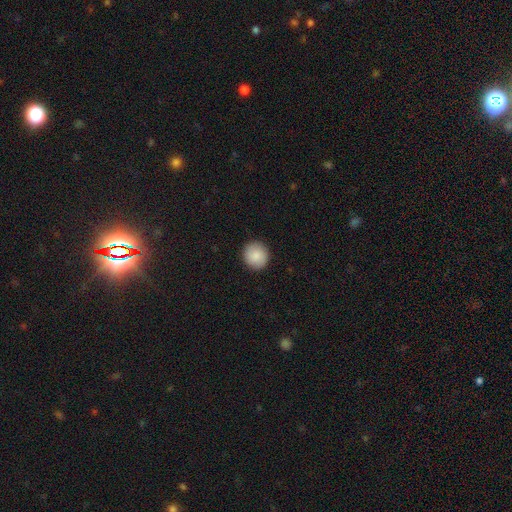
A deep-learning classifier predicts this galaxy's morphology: Q: Smooth or featured?
A: smooth (86%); runner-up: star or artifact (7%)
Q: How rounded?
A: round (91%); runner-up: in between (8%)
Q: Merging?
A: none (91%); runner-up: minor disturbance (6%)